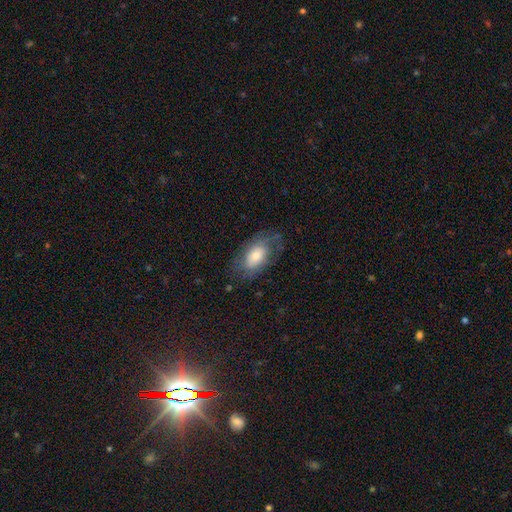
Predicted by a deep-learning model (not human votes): Q: Smooth or featured?
A: smooth (59%); runner-up: featured or disk (32%)
Q: How rounded?
A: in between (90%); runner-up: round (6%)
Q: Merging?
A: none (61%); runner-up: minor disturbance (24%)